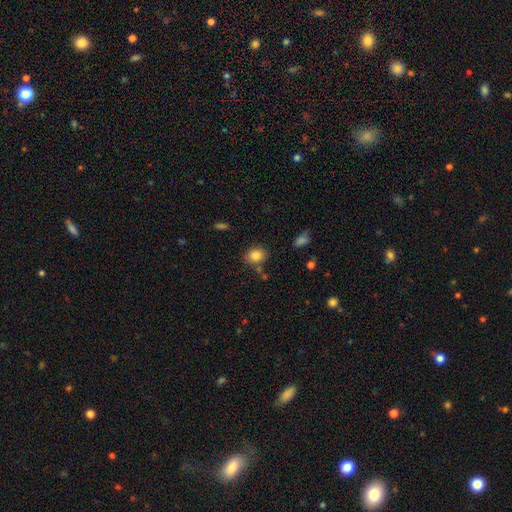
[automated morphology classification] A smooth galaxy with no disk features (84%) that is round (61%).

Vote fractions:
- Smooth or featured? smooth: 84% / star or artifact: 10% / featured or disk: 6%
- How rounded? round: 61% / in between: 38% / cigar-shaped: 1%
- Merging? none: 76% / minor disturbance: 13% / merger: 6% / major disturbance: 4%